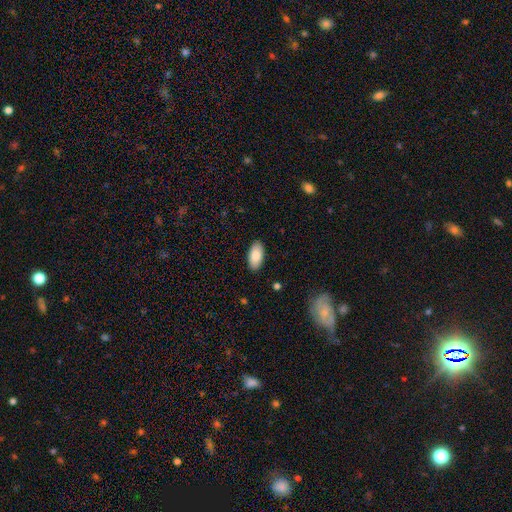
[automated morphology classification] A smooth galaxy with no disk features (85%) that is in between round and cigar-shaped (94%). Merging: none (89%).